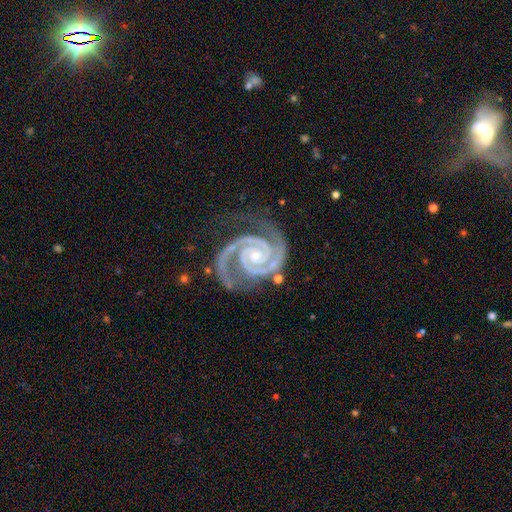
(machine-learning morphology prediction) This appears to be a featured or disk galaxy (94%) with no bar (70%), 2 (89%) tight (75%) spiral arms (99%) and a small central bulge (72%). Merging: none (74%).